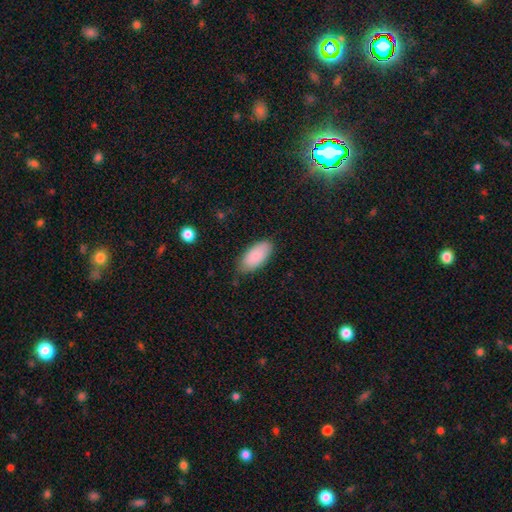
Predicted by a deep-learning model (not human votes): Morphology: type=smooth (88%); roundness=in between (92%); merging=none (77%).